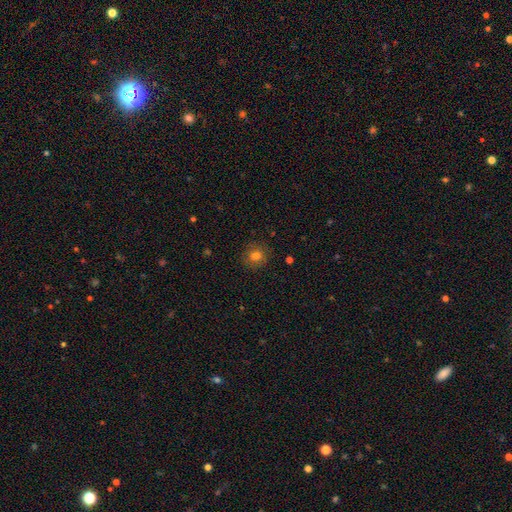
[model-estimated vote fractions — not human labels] The model was most divided on "smooth or featured": smooth: 79%, star or artifact: 13%, featured or disk: 8%. More confident: merging — none (88%); how rounded — round (86%).